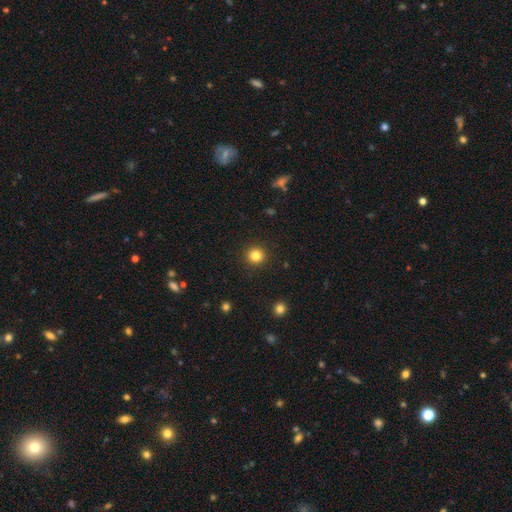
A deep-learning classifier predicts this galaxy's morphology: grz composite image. It shows a smooth galaxy with no disk features (83%) that is round (94%). Merging: none (92%).